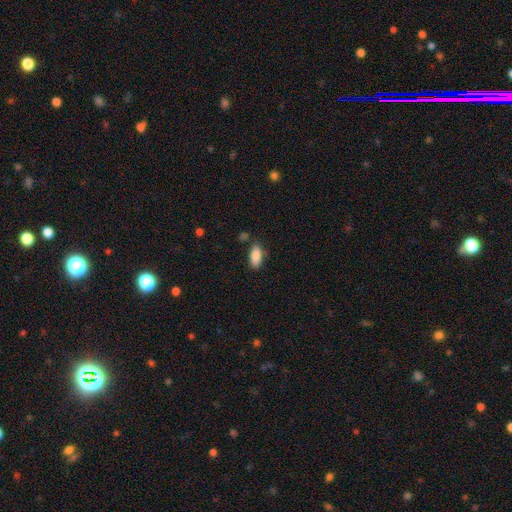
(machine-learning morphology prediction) smooth 87%, star or artifact 7%, featured or disk 7%. Down the decision tree: how rounded — in between (87%); merging — none (77%).